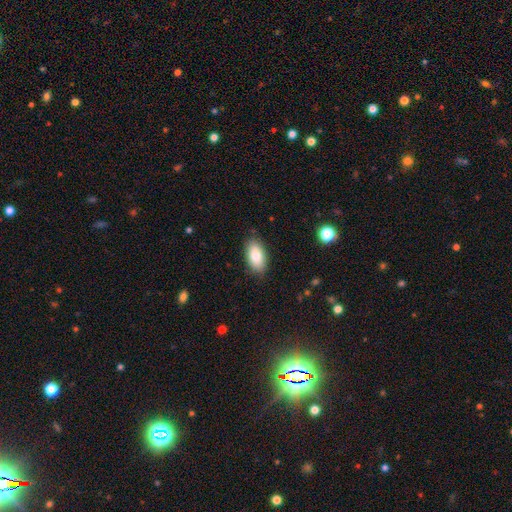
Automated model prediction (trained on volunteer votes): A smooth galaxy with no disk features (83%) that is in between round and cigar-shaped (93%). Merging: none (86%).